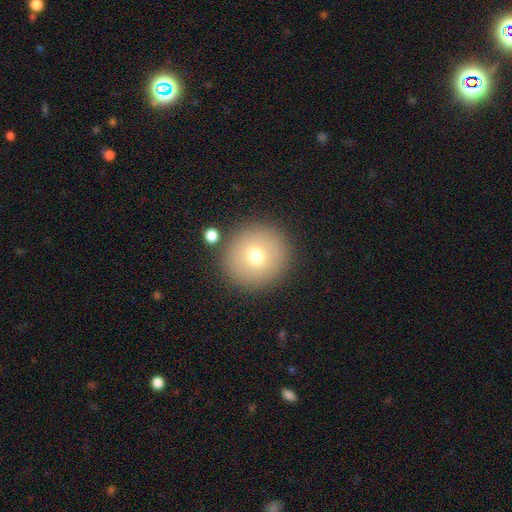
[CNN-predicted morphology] A smooth galaxy with no disk features (72%) that is round (94%).

Vote fractions:
- Smooth or featured? smooth: 72% / featured or disk: 15% / star or artifact: 13%
- How rounded? round: 94% / in between: 5% / cigar-shaped: 1%
- Merging? none: 87% / minor disturbance: 7% / merger: 3% / major disturbance: 3%